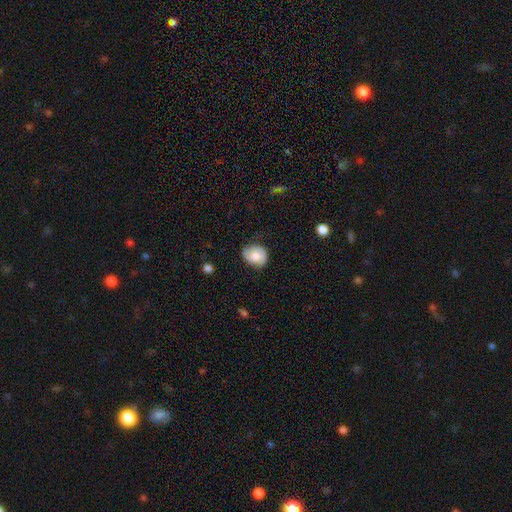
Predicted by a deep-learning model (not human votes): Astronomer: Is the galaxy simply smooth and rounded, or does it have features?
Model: smooth — 75%.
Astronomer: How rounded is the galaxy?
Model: round — 54% (runner-up: in between, 45%).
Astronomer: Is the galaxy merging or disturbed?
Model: none — 70%.